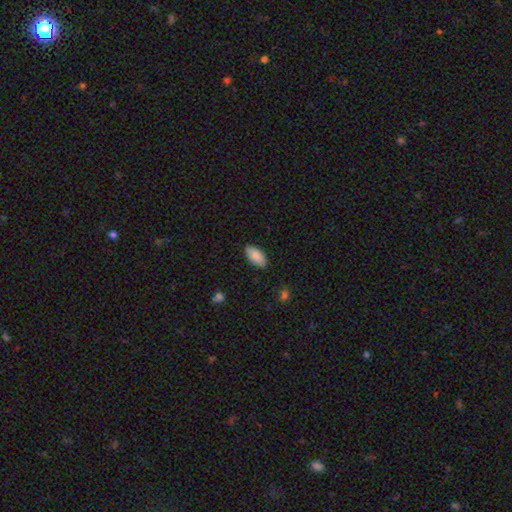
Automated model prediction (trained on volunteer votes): smooth_or_featured: smooth (p=0.87) [alt: featured or disk p=0.07]
how_rounded: in between (p=0.92) [alt: cigar-shaped p=0.06]
merging: none (p=0.87) [alt: minor disturbance p=0.10]